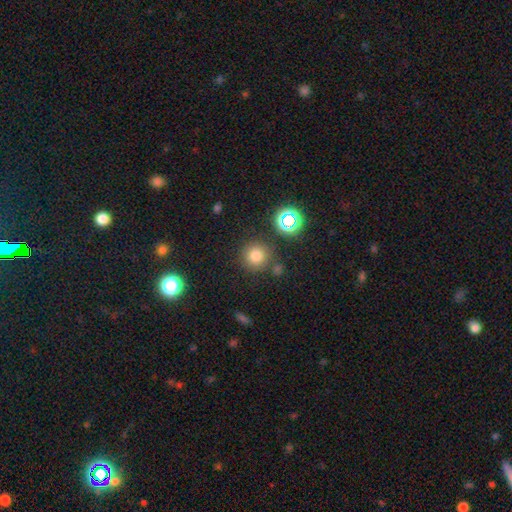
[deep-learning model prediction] Smooth or featured: smooth — 75% (star or artifact — 19%)
How rounded: round — 94% (in between — 5%)
Merging: none — 82% (minor disturbance — 9%)